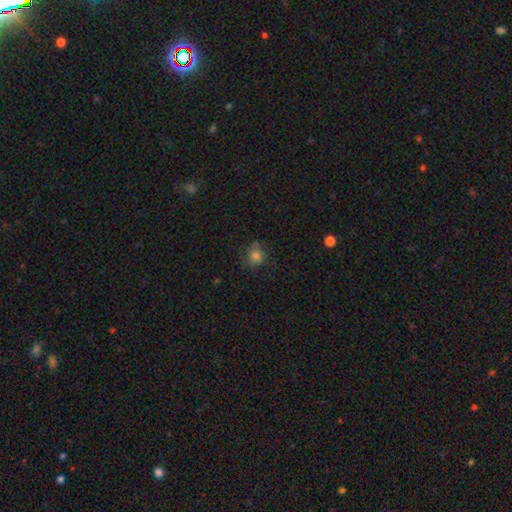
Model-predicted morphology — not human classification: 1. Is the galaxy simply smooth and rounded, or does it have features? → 80% smooth, 14% star or artifact, 6% featured or disk.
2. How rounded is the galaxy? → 85% round, 14% in between, 1% cigar-shaped.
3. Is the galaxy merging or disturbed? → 73% none, 18% minor disturbance, 6% major disturbance, 2% merger.